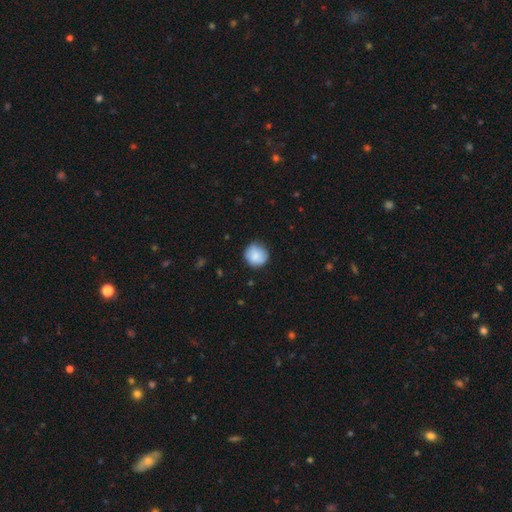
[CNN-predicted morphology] smooth-or-featured: smooth: 82% | featured or disk: 11% | star or artifact: 7%
  how-rounded: round: 91% | in between: 8% | cigar-shaped: 1%
  merging: none: 81% | minor disturbance: 15% | major disturbance: 3% | merger: 1%